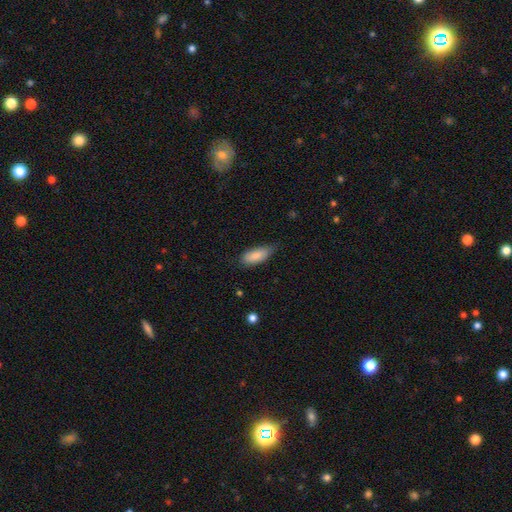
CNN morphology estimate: This appears to be a smooth galaxy with no disk features (86%) that is in between round and cigar-shaped (83%). Merging: none (59%).